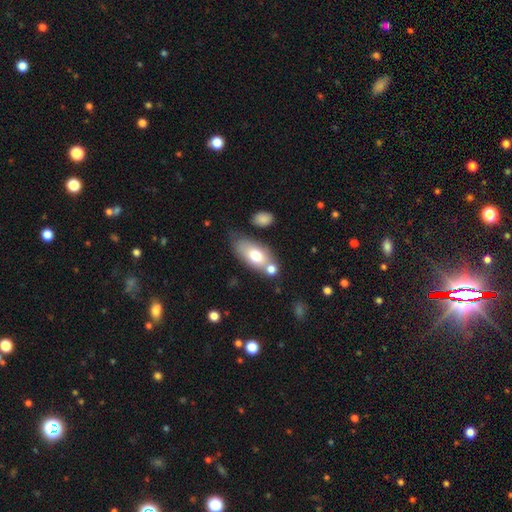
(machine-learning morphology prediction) smooth-or-featured: smooth: 70% | featured or disk: 23% | star or artifact: 7%
  how-rounded: in between: 86% | cigar-shaped: 9% | round: 5%
  merging: none: 55% | merger: 21% | minor disturbance: 18% | major disturbance: 6%